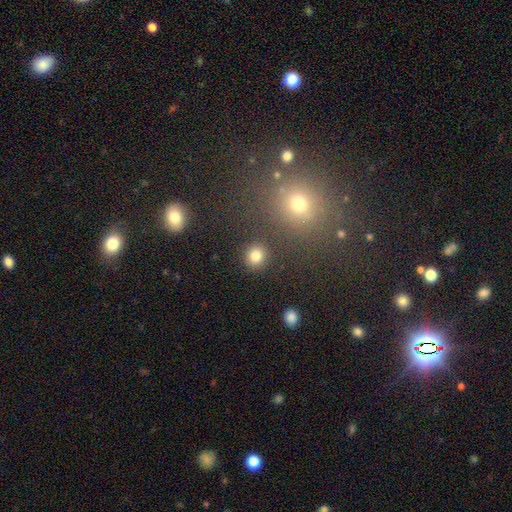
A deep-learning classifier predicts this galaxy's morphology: Smooth or featured: smooth — 83% (star or artifact — 12%)
How rounded: round — 86% (in between — 13%)
Merging: none — 88% (minor disturbance — 7%)